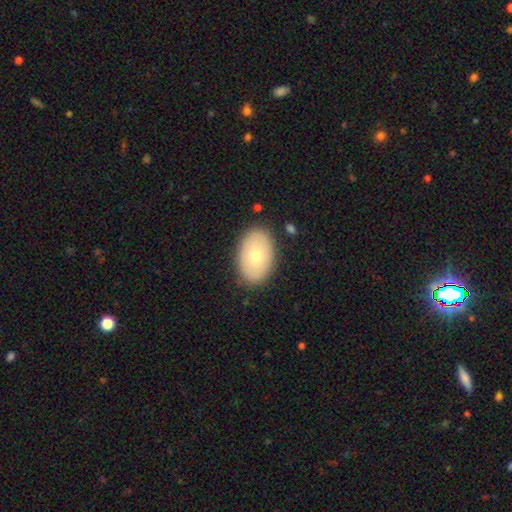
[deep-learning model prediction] The model was most divided on "smooth or featured": smooth: 66%, featured or disk: 28%, star or artifact: 6%. More confident: merging — none (87%); how rounded — in between (87%).